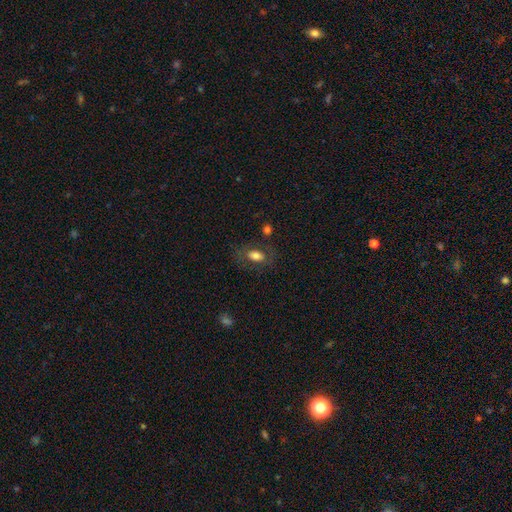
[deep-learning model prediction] This appears to be a smooth galaxy with no disk features (74%) that is in between round and cigar-shaped (87%). Merging: none (73%).